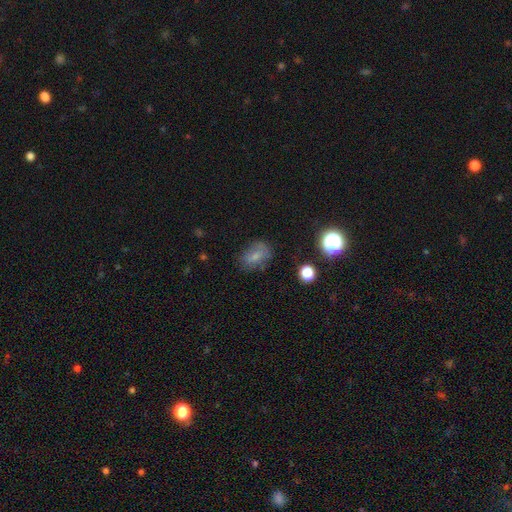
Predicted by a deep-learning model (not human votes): A smooth galaxy with no disk features (66%) that is in between round and cigar-shaped (75%). Merging: none (64%).